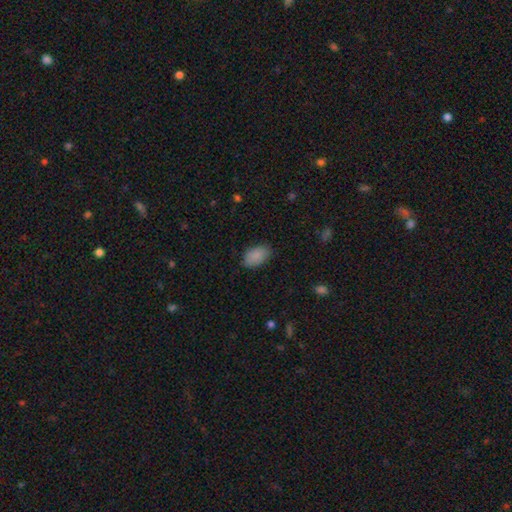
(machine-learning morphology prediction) This appears to be a smooth galaxy with no disk features (88%) that is in between round and cigar-shaped (91%). Merging: none (81%).